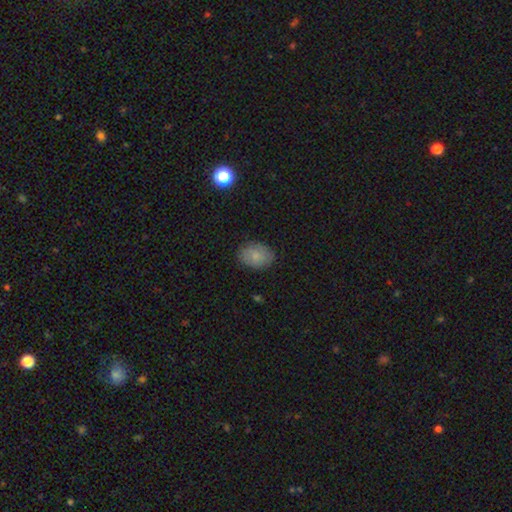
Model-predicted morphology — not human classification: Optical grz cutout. It shows a smooth galaxy with no disk features (82%) that is in between round and cigar-shaped (74%). Merging: none (84%).